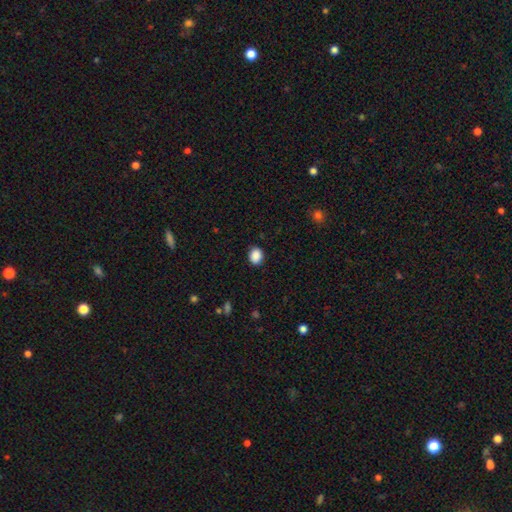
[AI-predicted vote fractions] A smooth galaxy with no disk features (89%) that is in between round and cigar-shaped (53%). Merging: none (89%).